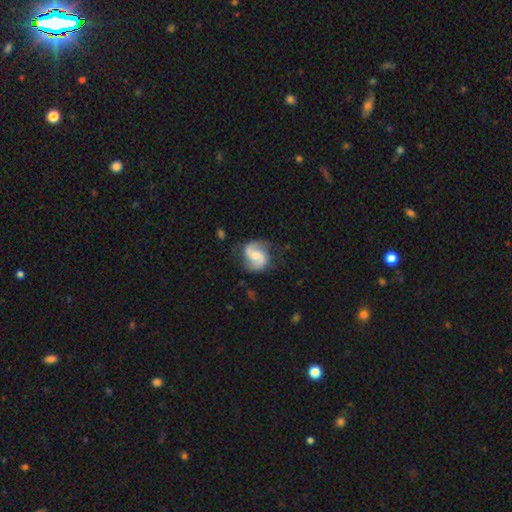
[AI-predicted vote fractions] Smooth or featured?
  - featured or disk: 82% *
  - smooth: 13%
  - star or artifact: 5%
Edge-on disk?
  - no: 98% *
  - yes: 2%
Bar?
  - weak: 45% *
  - no: 41%
  - strong: 14%
Spiral arms?
  - yes: 96% *
  - no: 4%
Spiral winding?
  - medium: 47% *
  - loose: 39%
  - tight: 15%
Spiral arm count?
  - 2: 92% *
  - can't tell: 3%
  - 1: 2%
  - 3: 1%
  - 4: 1%
  - more than 4: 1%
Bulge size?
  - moderate: 51% *
  - small: 38%
  - none: 5%
  - large: 5%
  - dominant: 1%
Merging?
  - none: 76% *
  - minor disturbance: 16%
  - major disturbance: 6%
  - merger: 2%